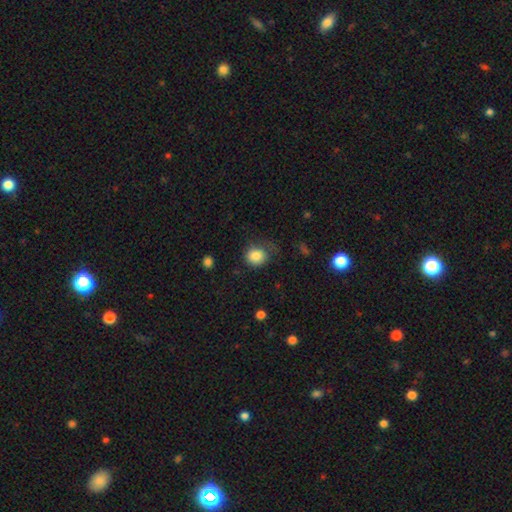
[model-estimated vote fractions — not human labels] Smooth or featured: smooth — 85% (star or artifact — 9%)
How rounded: round — 71% (in between — 28%)
Merging: none — 58% (minor disturbance — 25%)